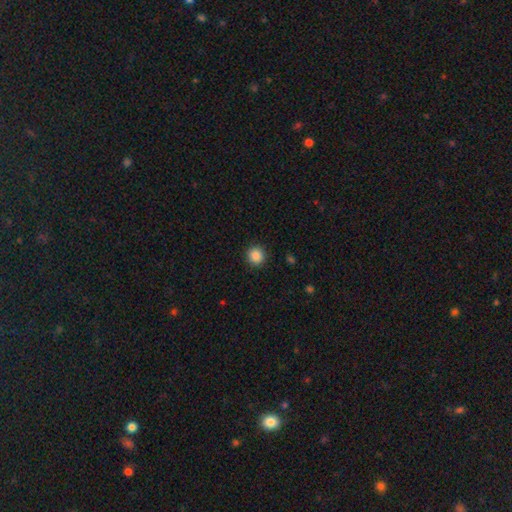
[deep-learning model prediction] Q: Smooth or featured?
A: smooth (87%); runner-up: star or artifact (10%)
Q: How rounded?
A: round (93%); runner-up: in between (6%)
Q: Merging?
A: none (92%); runner-up: minor disturbance (5%)